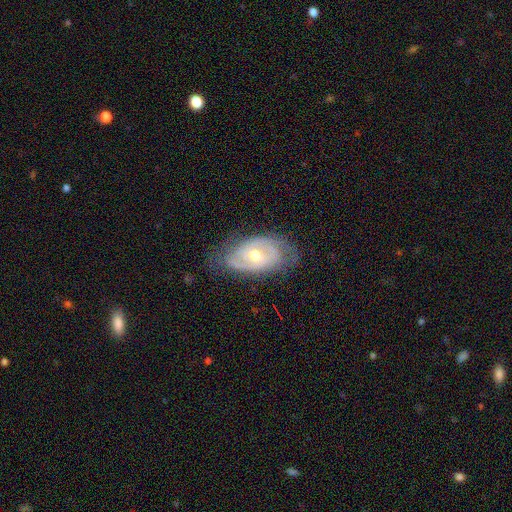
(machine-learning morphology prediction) smooth-or-featured: featured or disk: 80% | smooth: 15% | star or artifact: 6%
  disk-edge-on: no: 94% | yes: 6%
    bar: no: 63% | weak: 29% | strong: 8%
    has-spiral-arms: yes: 88% | no: 12%
      spiral-winding: tight: 59% | medium: 30% | loose: 10%
      spiral-arm-count: 2: 53% | can't tell: 27% | 3: 10% | 1: 4% | 4: 3% | more than 4: 2%
    bulge-size: moderate: 69% | small: 25% | large: 3% | none: 1% | dominant: 1%
  merging: none: 71% | minor disturbance: 20% | major disturbance: 7% | merger: 1%